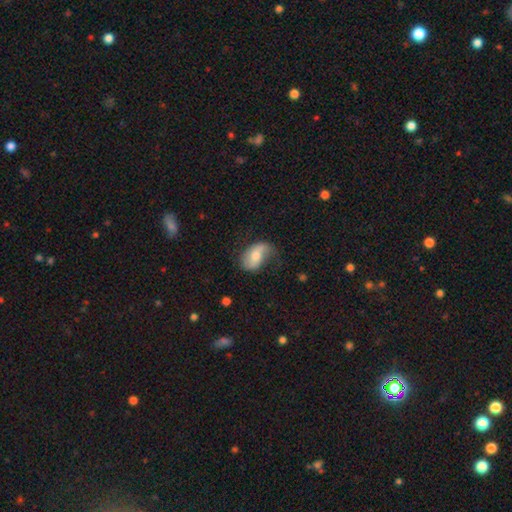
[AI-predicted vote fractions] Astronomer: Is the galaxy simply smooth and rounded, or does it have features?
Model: smooth — 47% (runner-up: featured or disk, 46%).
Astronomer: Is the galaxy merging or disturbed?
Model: none — 48% (runner-up: minor disturbance, 32%).